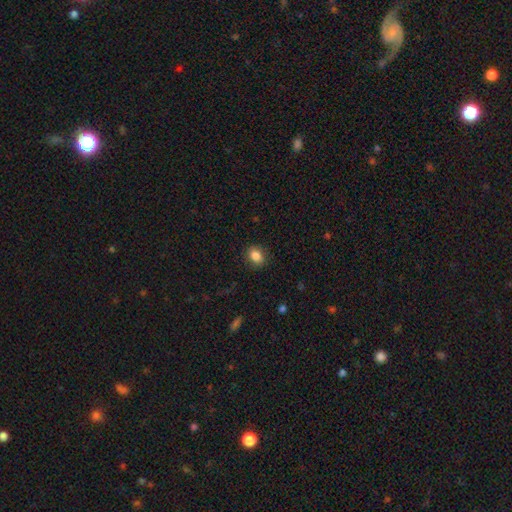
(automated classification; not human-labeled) Q: Smooth or featured?
A: smooth (86%); runner-up: star or artifact (9%)
Q: How rounded?
A: in between (56%); runner-up: round (43%)
Q: Merging?
A: none (87%); runner-up: minor disturbance (9%)